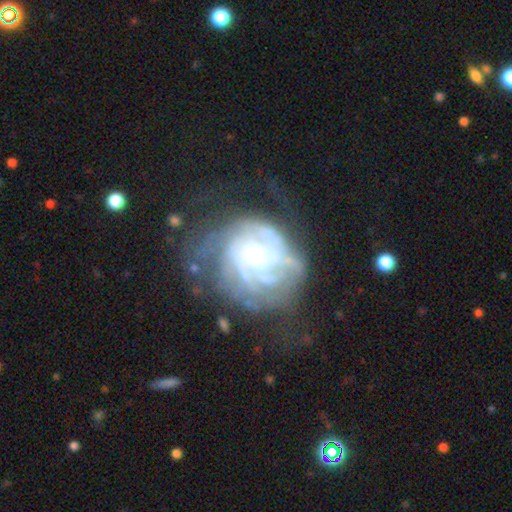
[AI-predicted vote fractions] Smooth or featured?
  - featured or disk: 83% *
  - smooth: 11%
  - star or artifact: 7%
Edge-on disk?
  - no: 97% *
  - yes: 3%
Bar?
  - no: 81% *
  - weak: 15%
  - strong: 4%
Spiral arms?
  - yes: 85% *
  - no: 15%
Spiral winding?
  - tight: 67% *
  - medium: 24%
  - loose: 9%
Spiral arm count?
  - can't tell: 46% *
  - 3: 16%
  - 2: 13%
  - 4: 12%
  - more than 4: 8%
  - 1: 5%
Bulge size?
  - moderate: 52% *
  - small: 42%
  - large: 3%
  - none: 1%
  - dominant: 1%
Merging?
  - none: 47% *
  - major disturbance: 26%
  - minor disturbance: 24%
  - merger: 3%